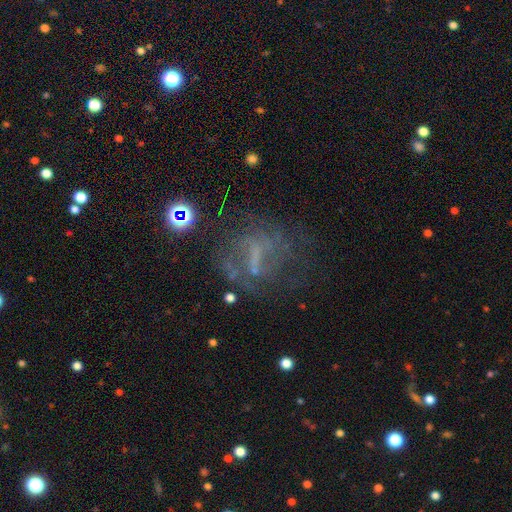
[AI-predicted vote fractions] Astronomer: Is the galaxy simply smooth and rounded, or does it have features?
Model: featured or disk — 52% (runner-up: star or artifact, 27%).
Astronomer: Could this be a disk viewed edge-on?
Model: no — 93%.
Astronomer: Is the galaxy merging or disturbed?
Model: none — 53%.